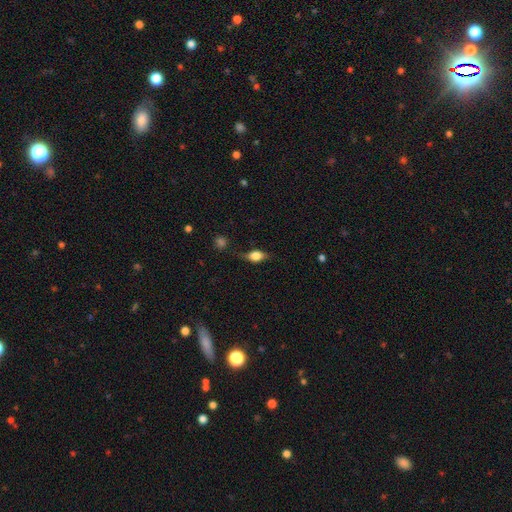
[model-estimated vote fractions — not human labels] Smooth or featured? Predicted: smooth (p=0.55). How rounded? Predicted: in between (p=0.69). Merging? Predicted: none (p=0.65).